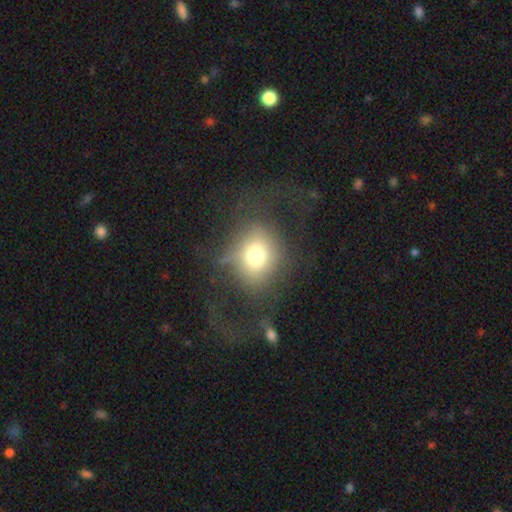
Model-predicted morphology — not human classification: Smooth or featured? smooth (67%)
How rounded? round (72%)
Merging? none (56%)